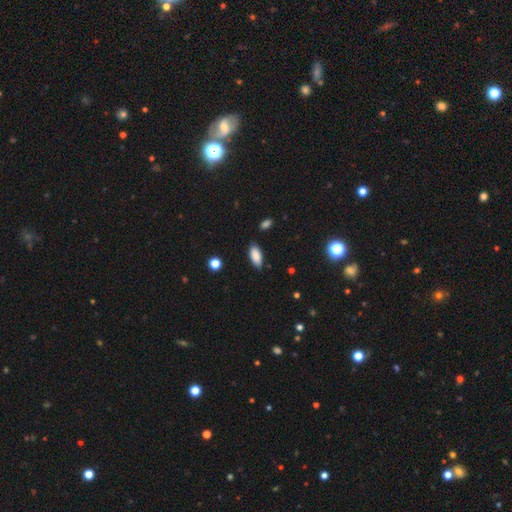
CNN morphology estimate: smooth 87%, star or artifact 7%, featured or disk 6%. Down the decision tree: how rounded — in between (87%); merging — none (84%).